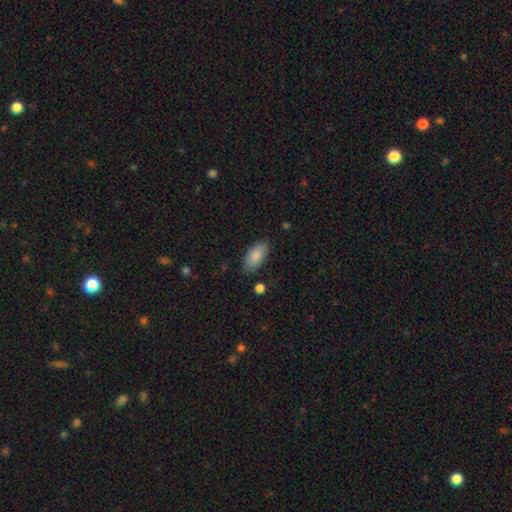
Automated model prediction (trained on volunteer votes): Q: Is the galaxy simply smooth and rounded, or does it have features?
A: smooth — 86%.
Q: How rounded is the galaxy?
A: in between — 93%.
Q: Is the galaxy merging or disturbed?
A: none — 81%.